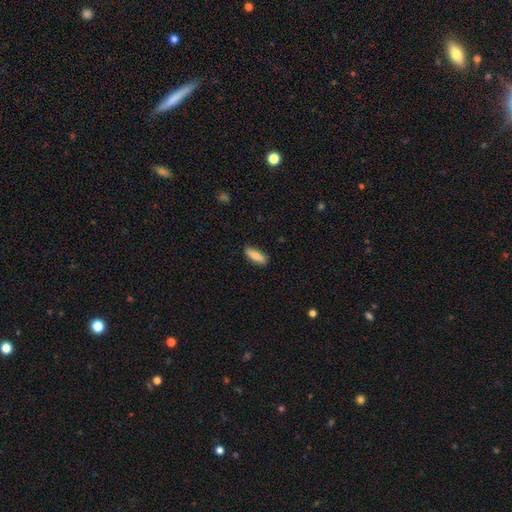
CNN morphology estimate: type=smooth (80%); roundness=cigar-shaped (50%); merging=none (84%).